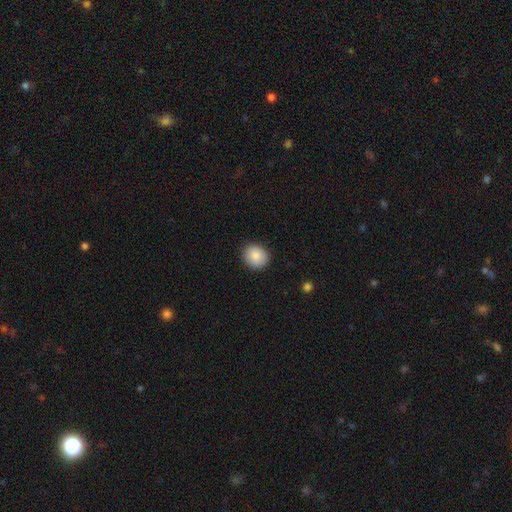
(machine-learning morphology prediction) Smooth or featured? smooth (86%)
How rounded? round (75%)
Merging? none (89%)